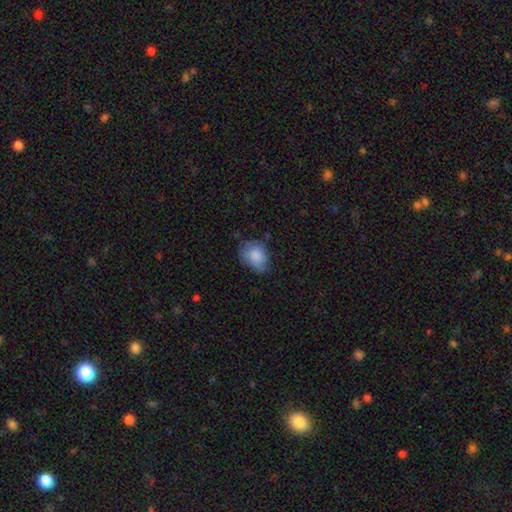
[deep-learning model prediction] A smooth galaxy with no disk features (82%) that is in between round and cigar-shaped (69%). Merging: none (52%).